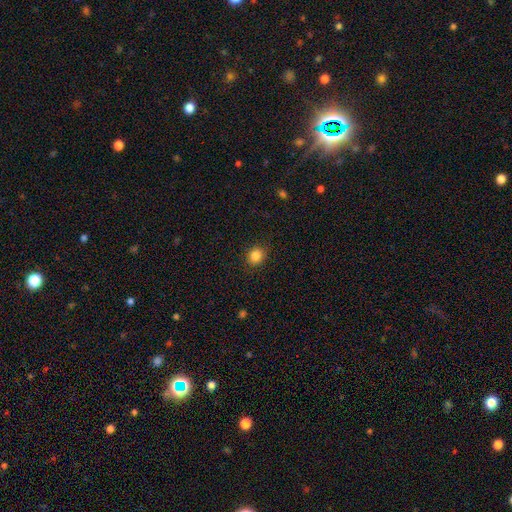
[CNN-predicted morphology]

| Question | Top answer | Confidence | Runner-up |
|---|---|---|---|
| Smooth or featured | smooth | 85% | star or artifact (11%) |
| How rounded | round | 74% | in between (25%) |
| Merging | none | 89% | minor disturbance (8%) |